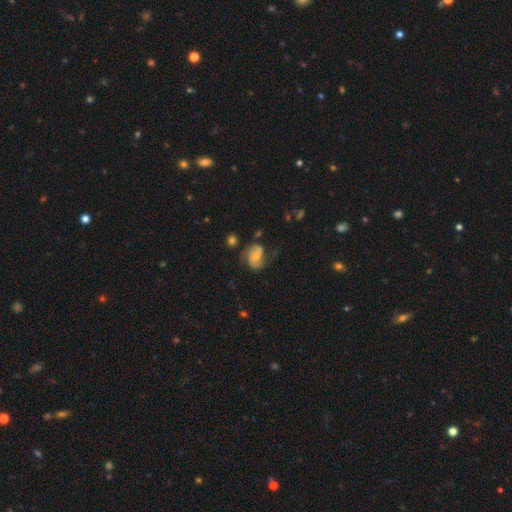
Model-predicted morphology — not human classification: Q: Smooth or featured?
A: featured or disk (65%); runner-up: smooth (27%)
Q: Edge-on disk?
A: no (97%); runner-up: yes (3%)
Q: Bar?
A: no (56%); runner-up: weak (33%)
Q: Spiral arms?
A: yes (87%); runner-up: no (13%)
Q: Spiral winding?
A: medium (44%); runner-up: loose (34%)
Q: Spiral arm count?
A: 2 (77%); runner-up: can't tell (11%)
Q: Bulge size?
A: moderate (49%); runner-up: small (44%)
Q: Merging?
A: none (52%); runner-up: minor disturbance (26%)